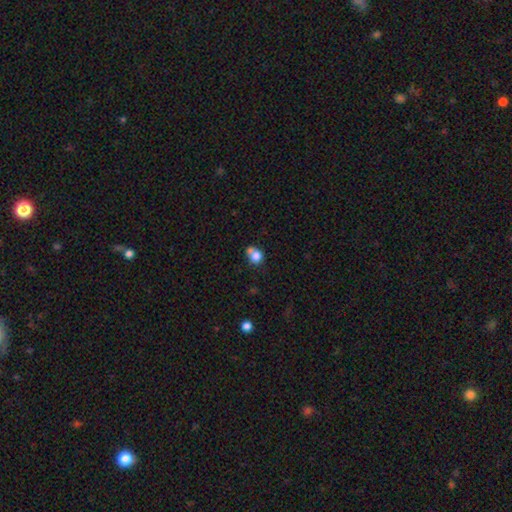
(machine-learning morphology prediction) Overall: smooth (78%). How rounded: round (73%). Merging: none (40%; merger 39%).